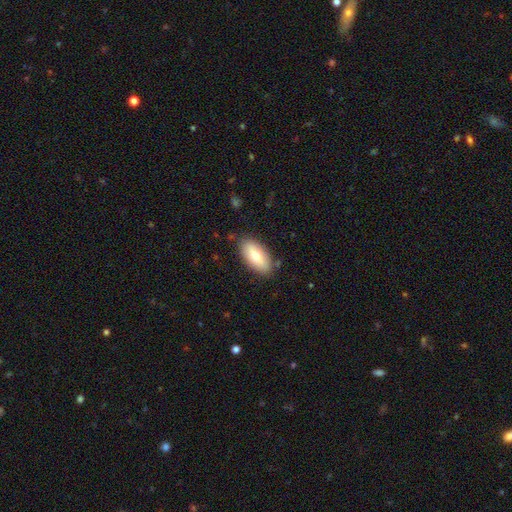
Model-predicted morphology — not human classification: This is likely a smooth galaxy (73%). How rounded: clearly in between (91%). Merging: clearly none (83%).